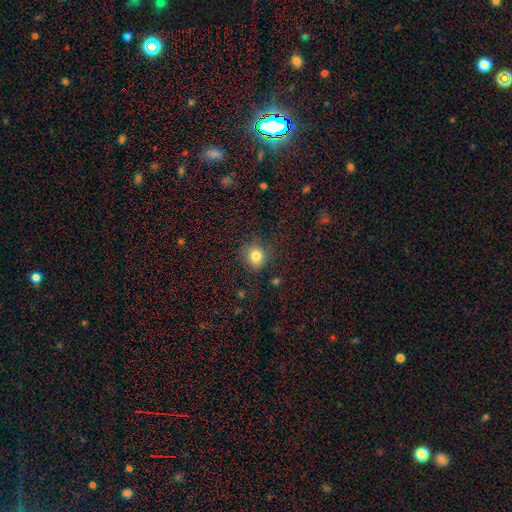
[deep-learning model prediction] smooth 80%, star or artifact 13%, featured or disk 7%. Down the decision tree: how rounded — round (79%); merging — none (79%).